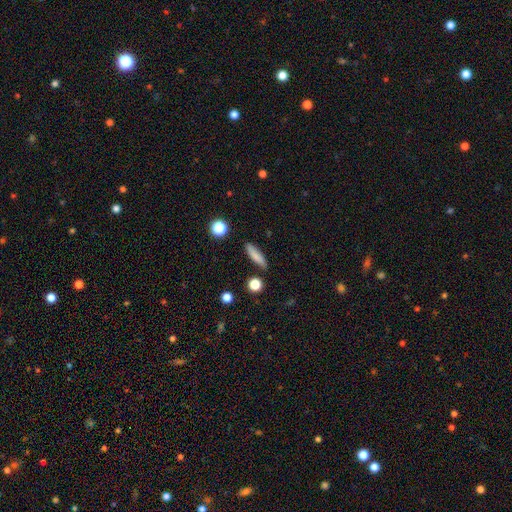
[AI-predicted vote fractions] Overall: smooth (80%). How rounded: cigar-shaped (72%). Merging: none (85%).